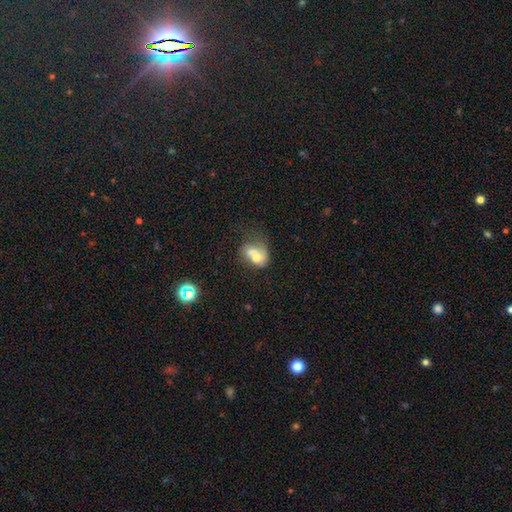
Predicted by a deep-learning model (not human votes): Smooth or featured: smooth — 53% (featured or disk — 35%)
How rounded: in between — 70% (round — 27%)
Merging: merger — 47% (none — 21%)